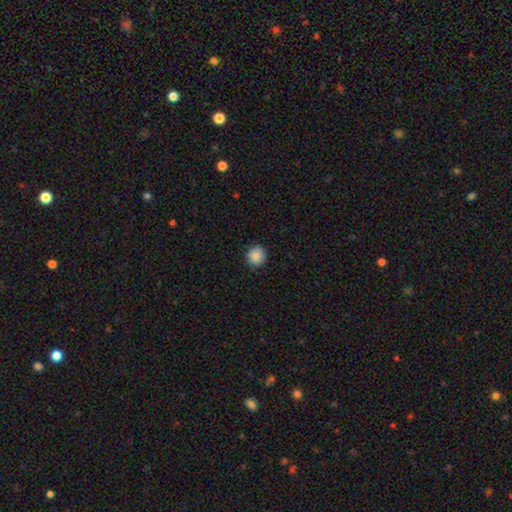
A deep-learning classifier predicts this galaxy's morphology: smooth-or-featured: smooth: 88% | star or artifact: 9% | featured or disk: 3%
  how-rounded: round: 93% | in between: 6% | cigar-shaped: 1%
  merging: none: 91% | minor disturbance: 7% | major disturbance: 2% | merger: 1%